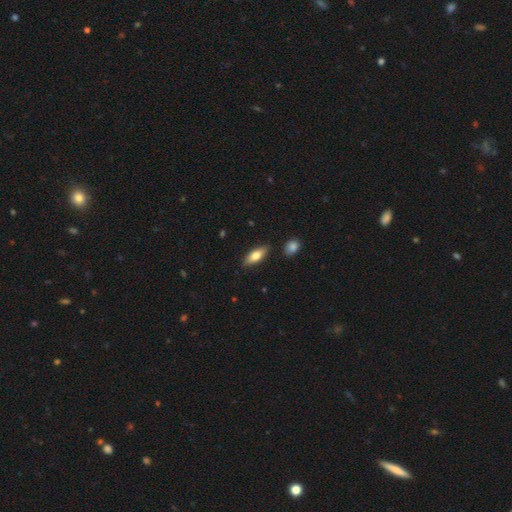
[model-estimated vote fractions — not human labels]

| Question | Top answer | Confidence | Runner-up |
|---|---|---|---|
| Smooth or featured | smooth | 70% | featured or disk (24%) |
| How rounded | in between | 69% | cigar-shaped (28%) |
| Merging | none | 86% | minor disturbance (10%) |